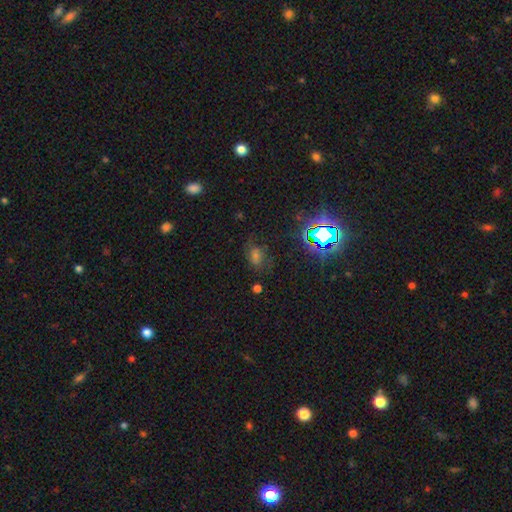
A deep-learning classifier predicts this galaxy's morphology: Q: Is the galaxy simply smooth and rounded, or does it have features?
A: star or artifact — 43%.